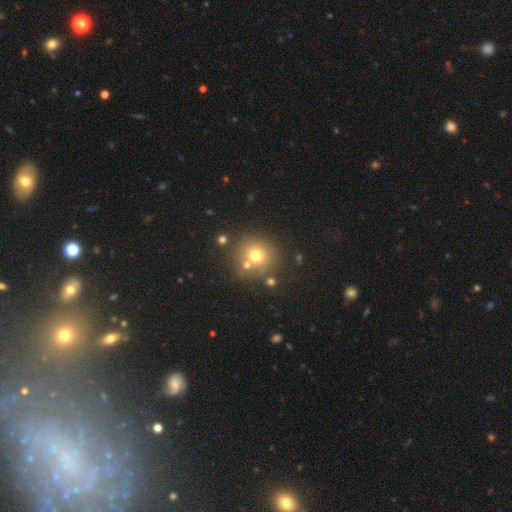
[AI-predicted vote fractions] Smooth or featured?
  - smooth: 71% *
  - star or artifact: 16%
  - featured or disk: 13%
How rounded?
  - round: 88% *
  - in between: 11%
  - cigar-shaped: 1%
Merging?
  - none: 69% *
  - merger: 17%
  - minor disturbance: 10%
  - major disturbance: 4%